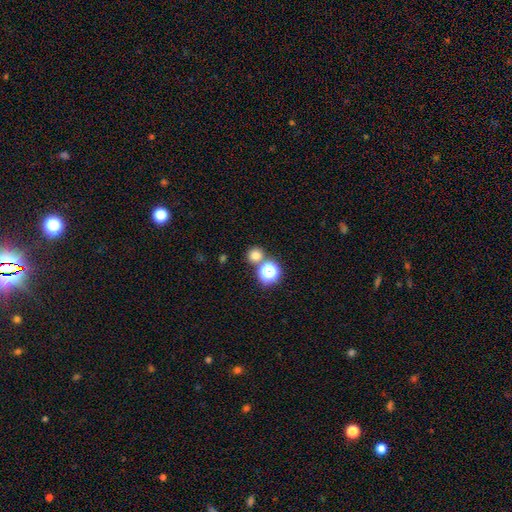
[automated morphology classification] Overall: smooth (74%). How rounded: round (90%). Merging: none (72%).